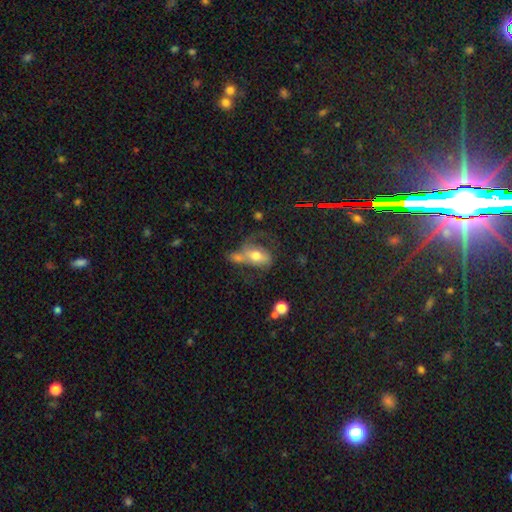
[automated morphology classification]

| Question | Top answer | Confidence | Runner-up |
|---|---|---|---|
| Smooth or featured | smooth | 51% | featured or disk (38%) |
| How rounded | in between | 78% | round (19%) |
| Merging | merger | 37% | major disturbance (27%) |